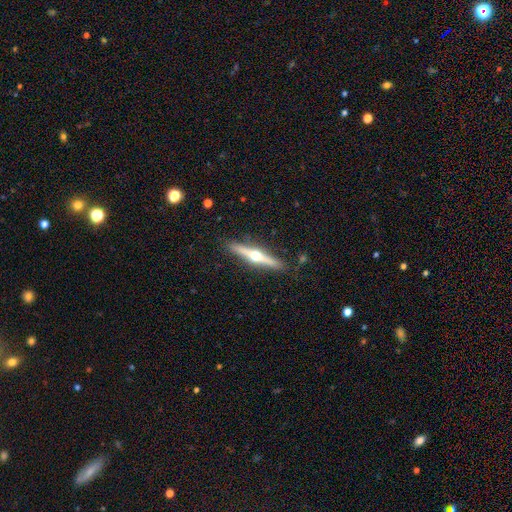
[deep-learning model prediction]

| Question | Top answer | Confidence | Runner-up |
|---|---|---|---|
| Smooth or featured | featured or disk | 73% | smooth (21%) |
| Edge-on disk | yes | 97% | no (3%) |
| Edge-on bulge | rounded | 96% | none (2%) |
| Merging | none | 89% | minor disturbance (8%) |